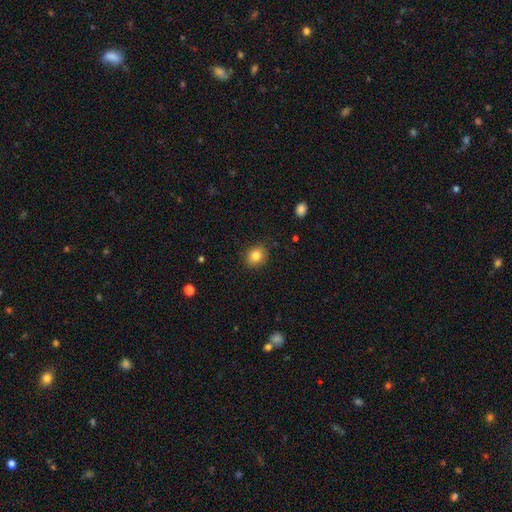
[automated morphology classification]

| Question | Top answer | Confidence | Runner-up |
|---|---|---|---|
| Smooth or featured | smooth | 83% | star or artifact (10%) |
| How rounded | round | 59% | in between (40%) |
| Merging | none | 86% | minor disturbance (10%) |